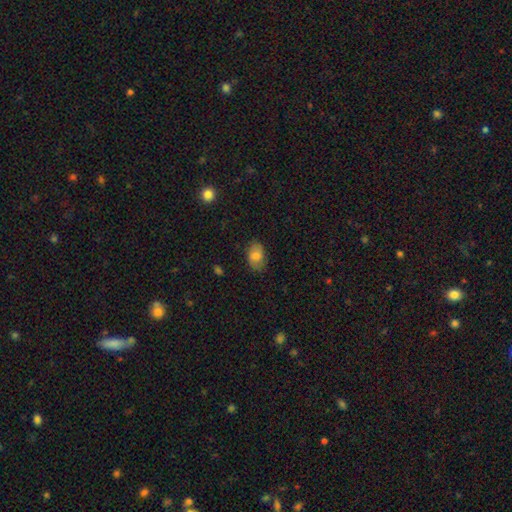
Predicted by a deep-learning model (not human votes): smooth 81%, featured or disk 10%, star or artifact 8%. Down the decision tree: how rounded — in between (87%); merging — none (78%).